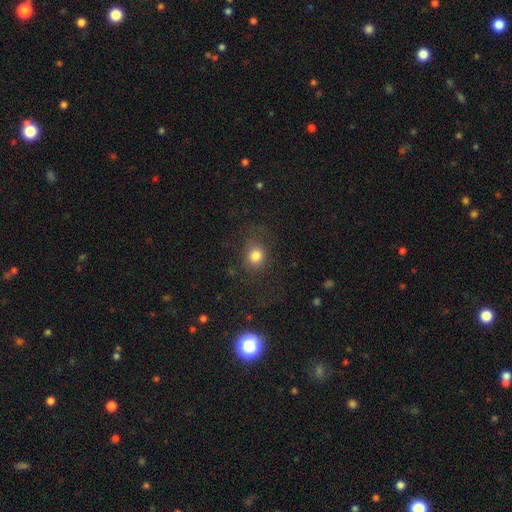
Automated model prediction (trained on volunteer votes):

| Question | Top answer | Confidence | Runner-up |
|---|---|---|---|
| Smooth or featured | smooth | 80% | star or artifact (12%) |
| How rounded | round | 78% | in between (21%) |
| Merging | none | 74% | minor disturbance (14%) |